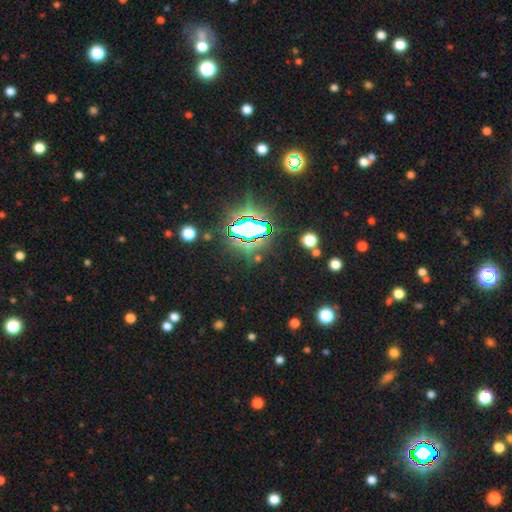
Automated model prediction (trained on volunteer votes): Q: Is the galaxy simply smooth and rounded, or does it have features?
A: star or artifact — 78%.